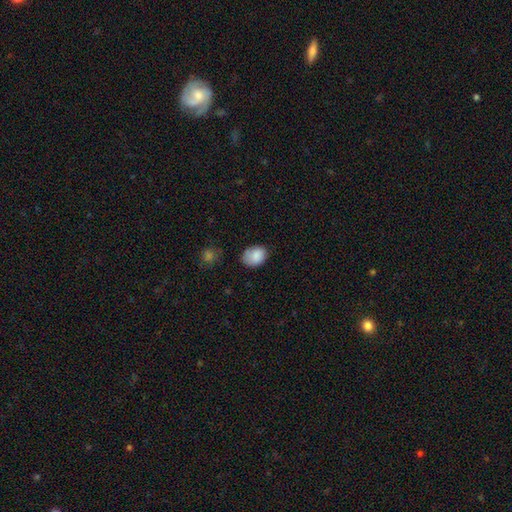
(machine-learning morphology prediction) smooth_or_featured: smooth (p=0.85) [alt: star or artifact p=0.08]
how_rounded: in between (p=0.68) [alt: round p=0.31]
merging: none (p=0.62) [alt: minor disturbance p=0.29]